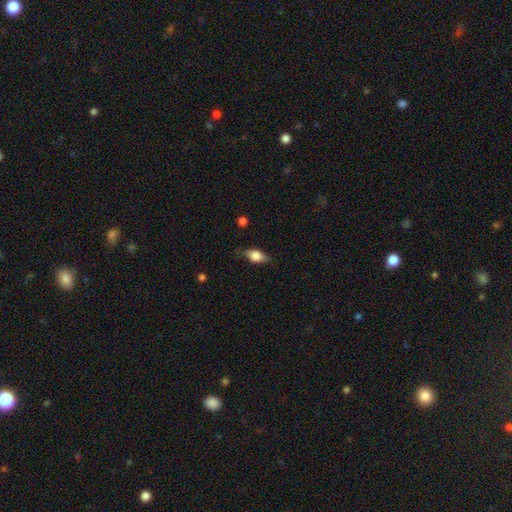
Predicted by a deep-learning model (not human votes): Q: Smooth or featured?
A: smooth (64%); runner-up: featured or disk (28%)
Q: How rounded?
A: in between (78%); runner-up: cigar-shaped (11%)
Q: Merging?
A: none (73%); runner-up: minor disturbance (20%)